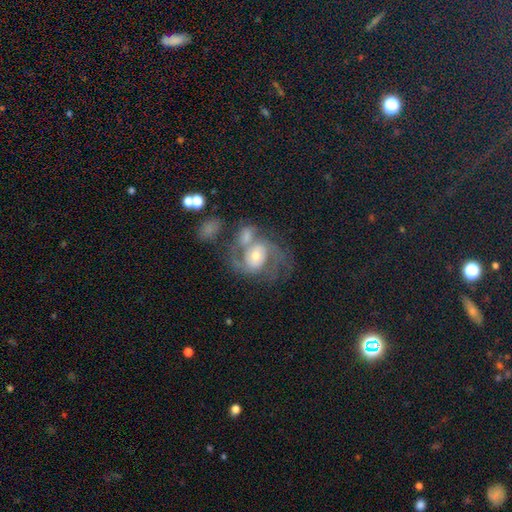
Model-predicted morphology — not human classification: Smooth or featured? featured or disk (82%)
Edge-on disk? no (98%)
Bar? no (46%)
Spiral arms? yes (93%)
Spiral winding? medium (54%)
Spiral arm count? 2 (72%)
Bulge size? moderate (55%)
Merging? none (38%)